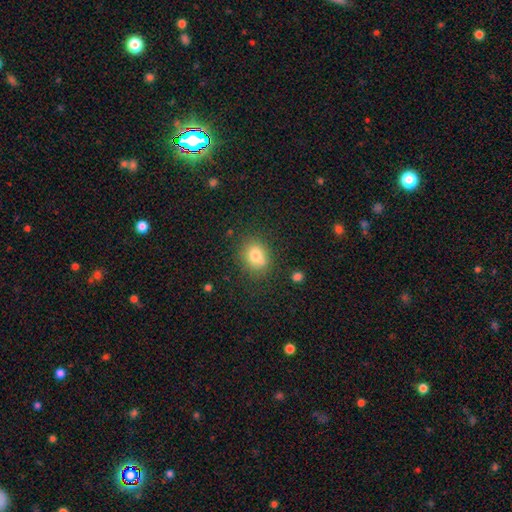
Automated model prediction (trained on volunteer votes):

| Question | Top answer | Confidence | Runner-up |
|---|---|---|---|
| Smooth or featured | smooth | 77% | featured or disk (12%) |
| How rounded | round | 59% | in between (40%) |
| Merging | none | 65% | minor disturbance (17%) |